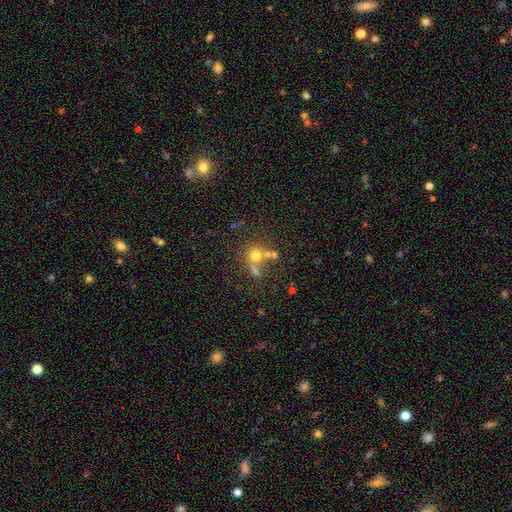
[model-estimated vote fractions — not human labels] A smooth galaxy with no disk features (64%) that is round (86%). Merging: none (47%).